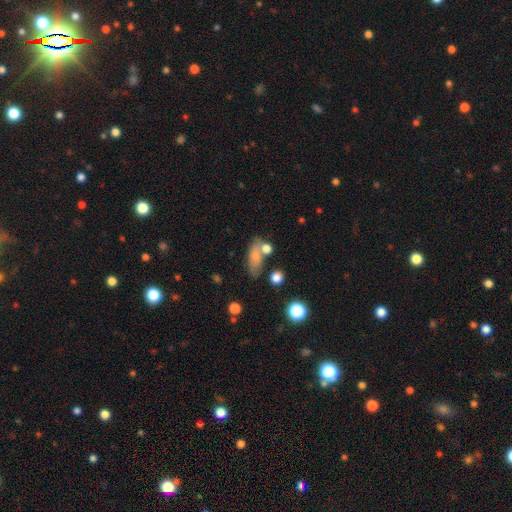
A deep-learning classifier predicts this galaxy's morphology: The model was most divided on "merging": none: 56%, minor disturbance: 19%, merger: 18%, major disturbance: 8%. More confident: how rounded — in between (76%); smooth or featured — smooth (72%).